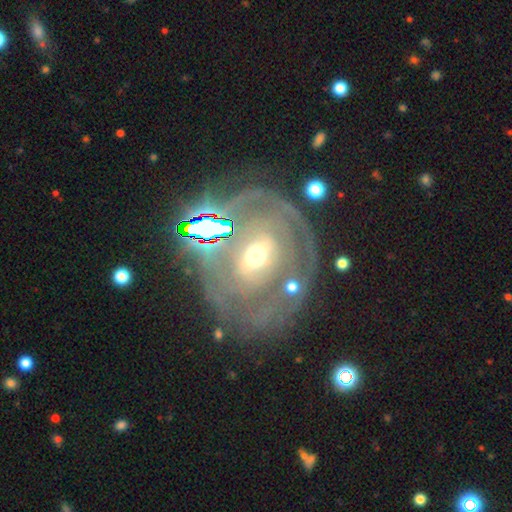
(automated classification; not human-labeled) Overall: featured or disk (77%). Edge-on disk: no (95%). Bar: weak (37%; no 36%). Spiral arms: yes (72%). Spiral arm count: 2 (36%, tied with can't tell). Spiral winding: tight (56%; medium 30%). Bulge size: moderate (54%; small 36%). Merging: none (55%; major disturbance 19%).